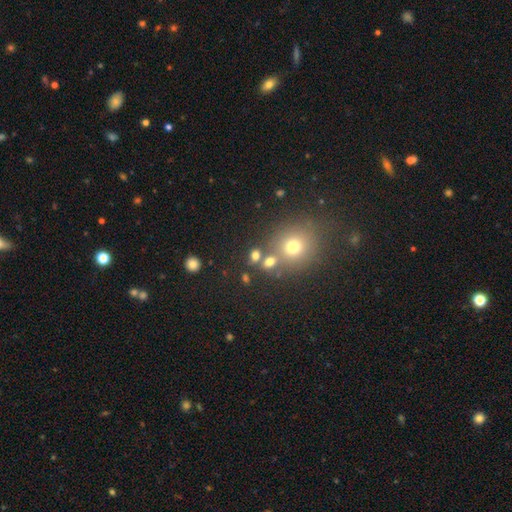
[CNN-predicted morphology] Smooth or featured?
  - smooth: 69% *
  - star or artifact: 19%
  - featured or disk: 11%
How rounded?
  - round: 56% *
  - in between: 42%
  - cigar-shaped: 2%
Merging?
  - none: 63% *
  - merger: 23%
  - minor disturbance: 10%
  - major disturbance: 5%